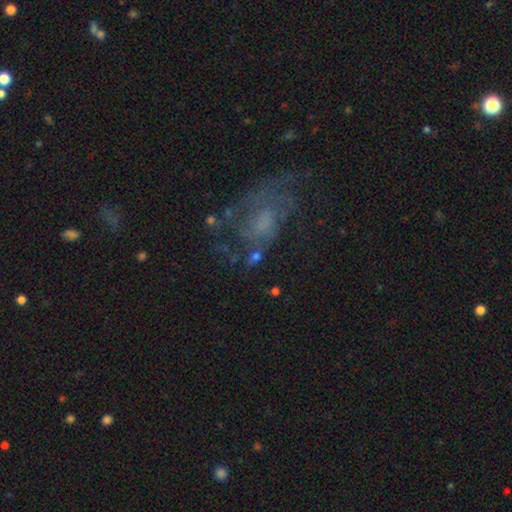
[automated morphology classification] Smooth or featured? featured or disk (59%)
Edge-on disk? no (97%)
Bar? no (69%)
Spiral arms? yes (68%)
Bulge size? none (37%)
Merging? none (46%)